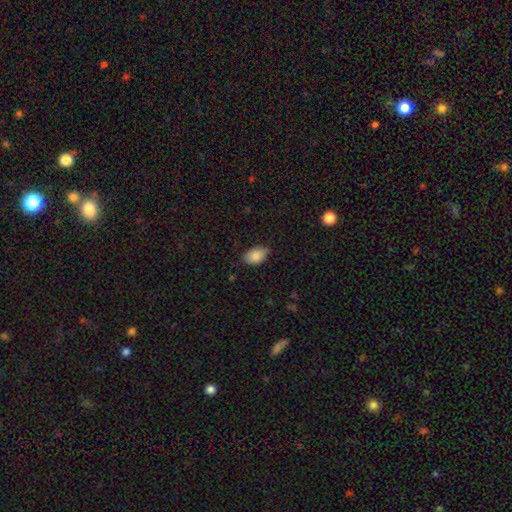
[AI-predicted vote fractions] Q: Smooth or featured?
A: smooth (87%); runner-up: star or artifact (7%)
Q: How rounded?
A: in between (90%); runner-up: round (8%)
Q: Merging?
A: none (73%); runner-up: minor disturbance (23%)